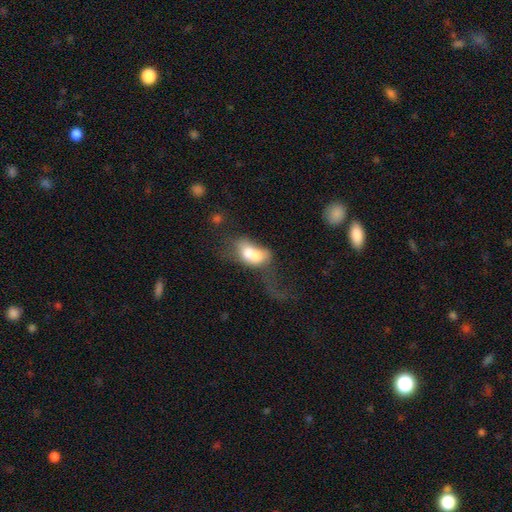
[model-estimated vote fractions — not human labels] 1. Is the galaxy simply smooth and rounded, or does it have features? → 59% smooth, 31% featured or disk, 9% star or artifact.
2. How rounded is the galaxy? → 72% in between, 25% round, 3% cigar-shaped.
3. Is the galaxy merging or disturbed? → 66% merger, 18% major disturbance, 10% none, 6% minor disturbance.